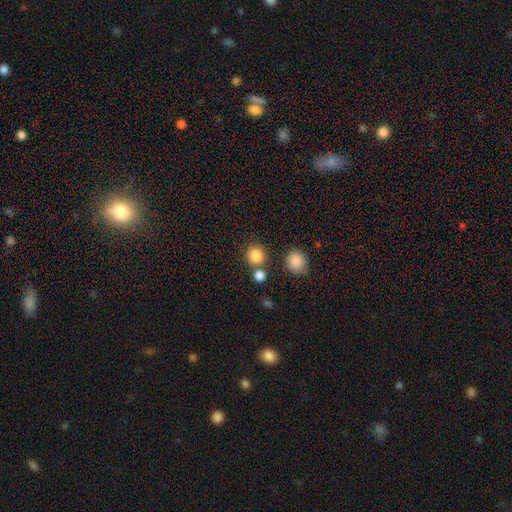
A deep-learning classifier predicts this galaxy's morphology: Q: Smooth or featured?
A: smooth (83%); runner-up: star or artifact (12%)
Q: How rounded?
A: round (89%); runner-up: in between (10%)
Q: Merging?
A: none (74%); runner-up: merger (15%)